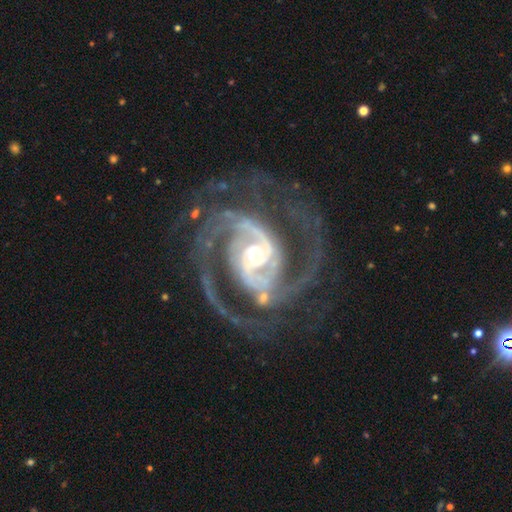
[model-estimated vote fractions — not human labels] smooth_or_featured: featured or disk (p=0.93) [alt: star or artifact p=0.05]
disk_edge_on: no (p=0.98) [alt: yes p=0.02]
bar: no (p=0.40) [alt: weak p=0.35]
has_spiral_arms: yes (p=0.99) [alt: no p=0.01]
spiral_winding: tight (p=0.48) [alt: medium p=0.46]
spiral_arm_count: 2 (p=0.61) [alt: 3 p=0.19]
bulge_size: moderate (p=0.46) [tied with: small p=0.46]
merging: none (p=0.72) [alt: minor disturbance p=0.15]